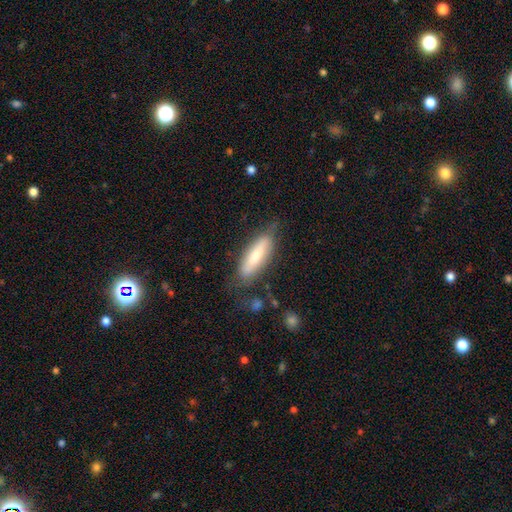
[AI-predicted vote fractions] smooth_or_featured: smooth (p=0.64) [alt: featured or disk p=0.30]
how_rounded: cigar-shaped (p=0.56) [alt: in between p=0.42]
merging: none (p=0.71) [alt: minor disturbance p=0.20]